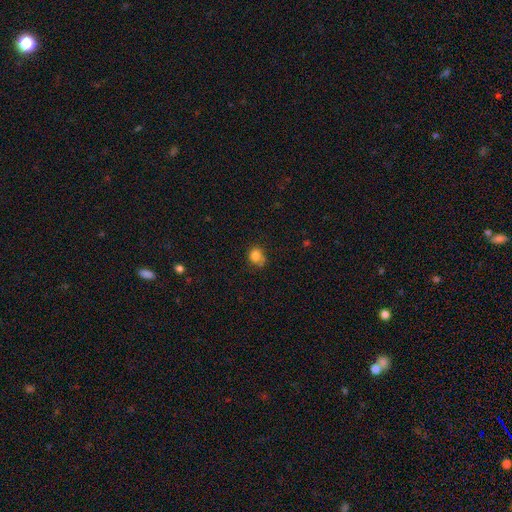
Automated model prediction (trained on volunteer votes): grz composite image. It shows a smooth galaxy with no disk features (82%) that is round (65%). Merging: none (58%).